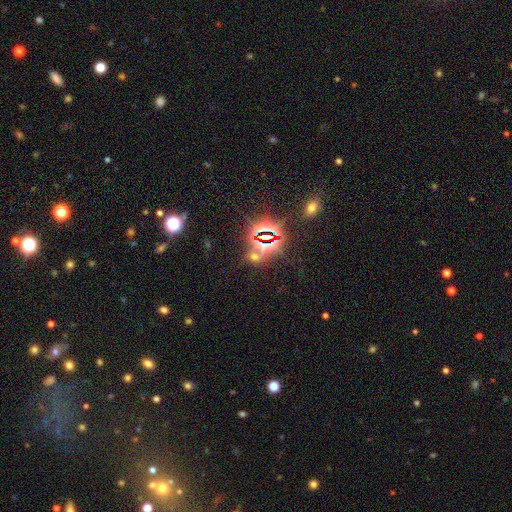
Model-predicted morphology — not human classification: smooth_or_featured: star or artifact (p=0.79) [alt: smooth p=0.12]